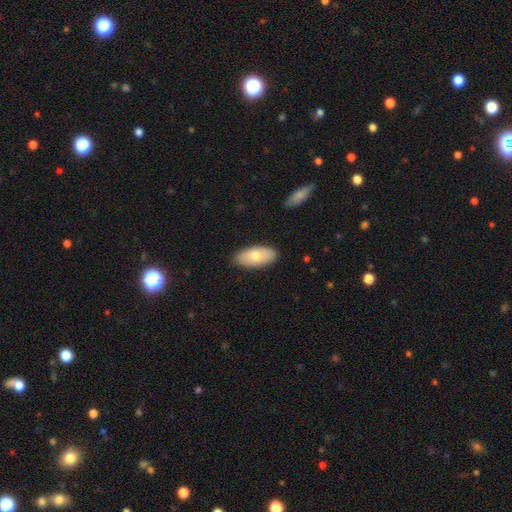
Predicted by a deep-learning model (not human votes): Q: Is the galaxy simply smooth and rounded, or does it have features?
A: smooth — 71%.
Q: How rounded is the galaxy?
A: in between — 92%.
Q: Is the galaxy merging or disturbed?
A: none — 87%.